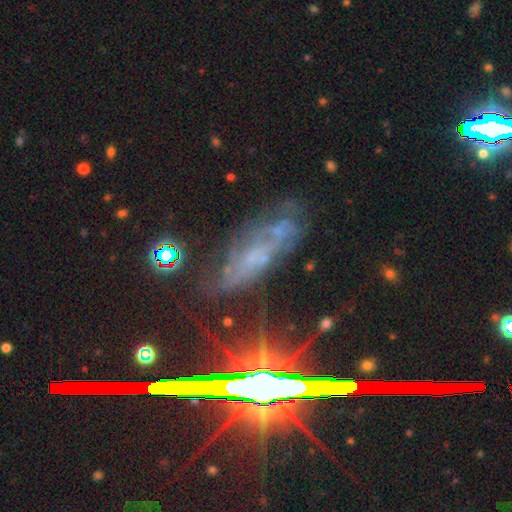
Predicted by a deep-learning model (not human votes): Q: Smooth or featured?
A: featured or disk (52%); runner-up: star or artifact (28%)
Q: Edge-on disk?
A: no (71%); runner-up: yes (29%)
Q: Merging?
A: none (65%); runner-up: minor disturbance (20%)